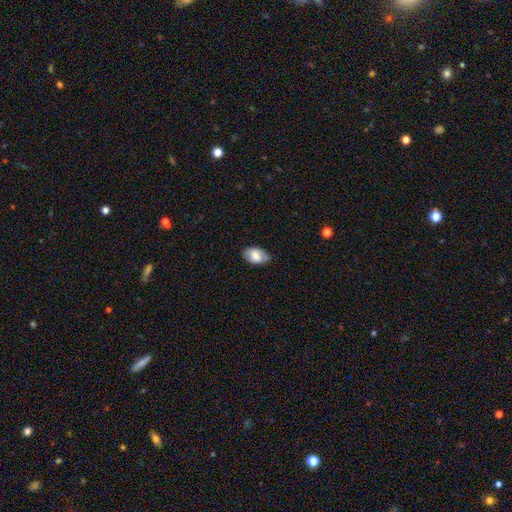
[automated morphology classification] Smooth or featured?
  - smooth: 76% *
  - featured or disk: 17%
  - star or artifact: 7%
How rounded?
  - in between: 92% *
  - round: 7%
  - cigar-shaped: 1%
Merging?
  - none: 80% *
  - minor disturbance: 16%
  - major disturbance: 3%
  - merger: 1%